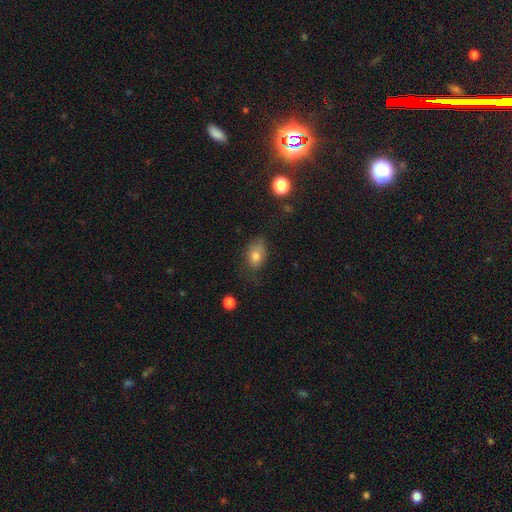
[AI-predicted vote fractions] This is likely a smooth galaxy (78%). How rounded: clearly in between (84%). Merging: likely none (60%).